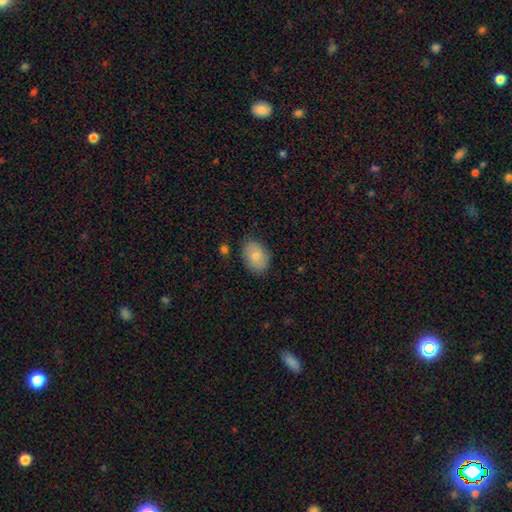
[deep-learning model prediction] smooth 81%, featured or disk 12%, star or artifact 7%. Down the decision tree: how rounded — in between (81%); merging — none (80%).